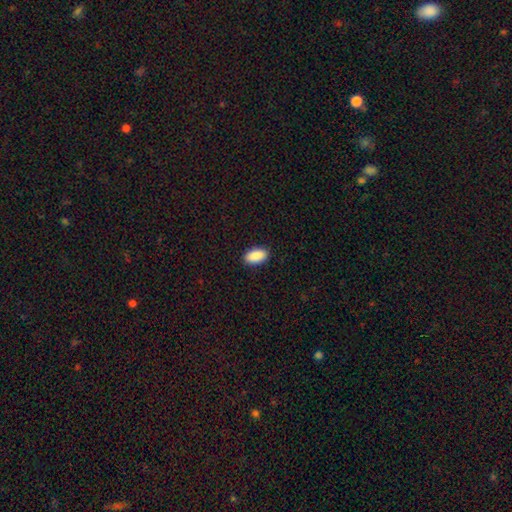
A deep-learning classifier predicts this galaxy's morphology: smooth 91%, star or artifact 6%, featured or disk 3%. Down the decision tree: how rounded — in between (94%); merging — none (90%).